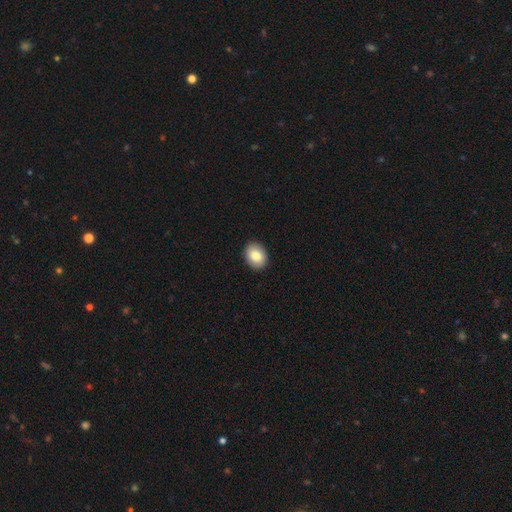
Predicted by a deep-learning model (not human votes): Smooth or featured? smooth (84%)
How rounded? in between (61%)
Merging? none (91%)